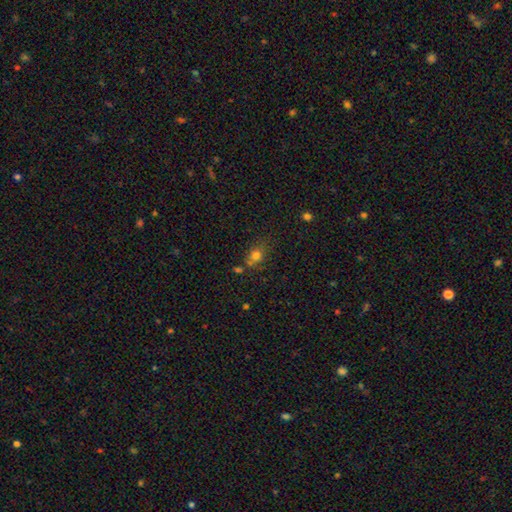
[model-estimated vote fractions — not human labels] Q: Smooth or featured?
A: smooth (74%); runner-up: star or artifact (16%)
Q: How rounded?
A: round (58%); runner-up: in between (40%)
Q: Merging?
A: none (59%); runner-up: minor disturbance (18%)